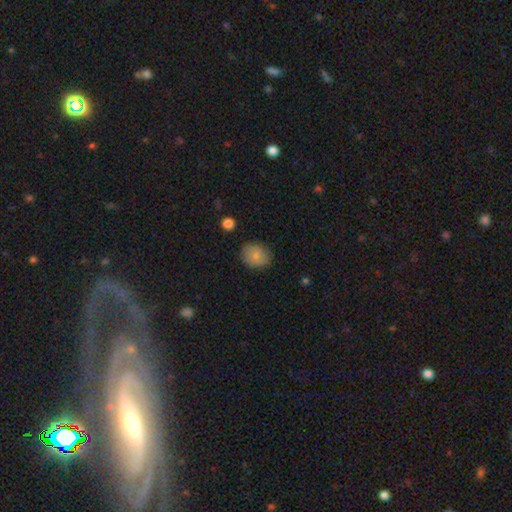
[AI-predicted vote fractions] smooth_or_featured: smooth (p=0.81) [alt: featured or disk p=0.12]
how_rounded: round (p=0.53) [alt: in between p=0.46]
merging: none (p=0.79) [alt: minor disturbance p=0.16]